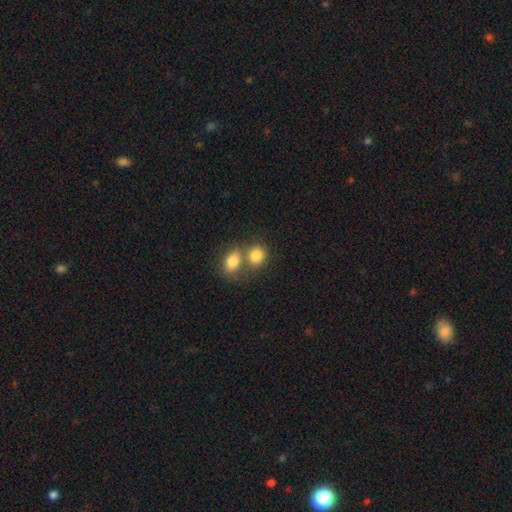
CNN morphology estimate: Smooth or featured: smooth — 83% (star or artifact — 9%)
How rounded: round — 50% (in between — 48%)
Merging: merger — 50% (none — 37%)